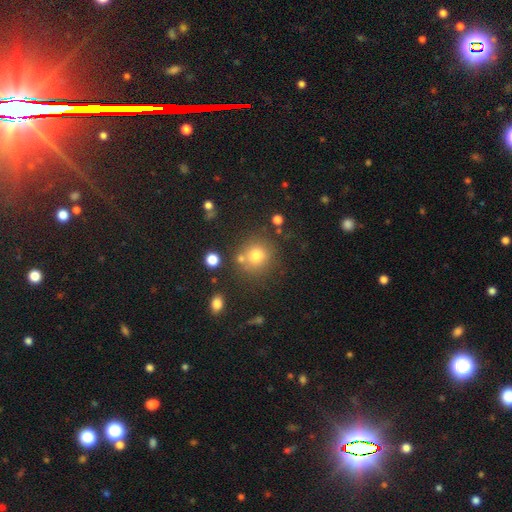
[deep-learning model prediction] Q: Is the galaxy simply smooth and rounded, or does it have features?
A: smooth — 74%.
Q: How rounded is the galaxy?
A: round — 90%.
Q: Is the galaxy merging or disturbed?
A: none — 74%.